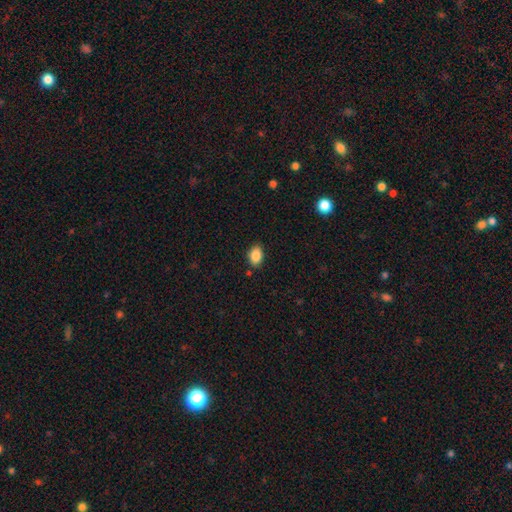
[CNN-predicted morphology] smooth_or_featured: smooth (p=0.87) [alt: star or artifact p=0.08]
how_rounded: in between (p=0.82) [alt: round p=0.17]
merging: none (p=0.84) [alt: minor disturbance p=0.11]